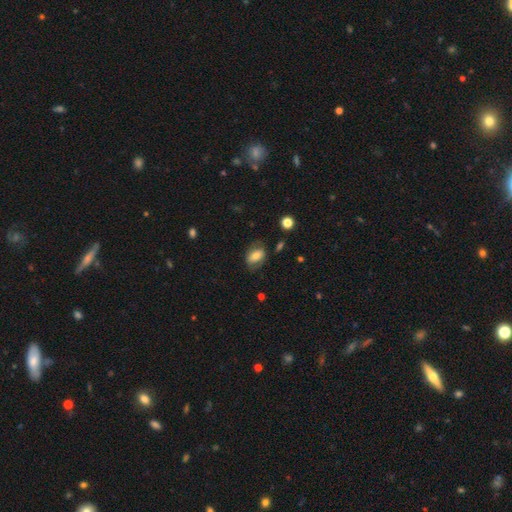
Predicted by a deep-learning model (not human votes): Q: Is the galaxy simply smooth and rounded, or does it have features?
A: smooth — 67%.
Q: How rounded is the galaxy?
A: in between — 84%.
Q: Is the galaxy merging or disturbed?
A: none — 68%.